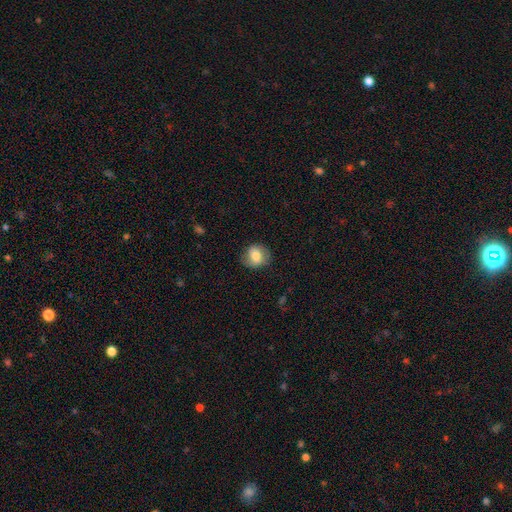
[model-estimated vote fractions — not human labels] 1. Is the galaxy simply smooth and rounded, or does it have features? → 69% smooth, 23% featured or disk, 8% star or artifact.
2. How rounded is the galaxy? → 70% round, 29% in between, 1% cigar-shaped.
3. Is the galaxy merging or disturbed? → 76% none, 18% minor disturbance, 6% major disturbance, 1% merger.